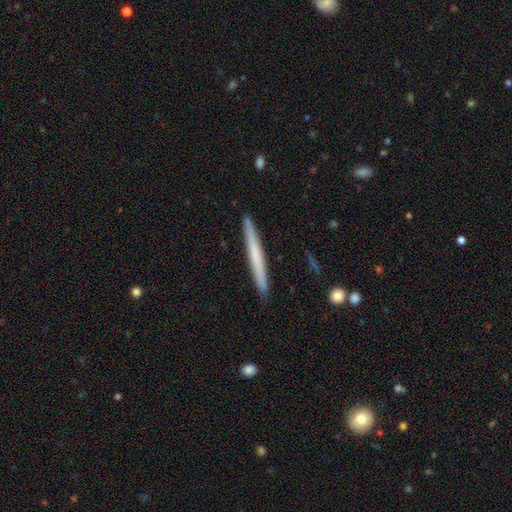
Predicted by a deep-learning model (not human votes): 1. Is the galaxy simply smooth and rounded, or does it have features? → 56% smooth, 38% featured or disk, 6% star or artifact.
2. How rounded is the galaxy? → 97% cigar-shaped, 2% in between, 1% round.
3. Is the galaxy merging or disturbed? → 92% none, 6% minor disturbance, 1% merger, 1% major disturbance.